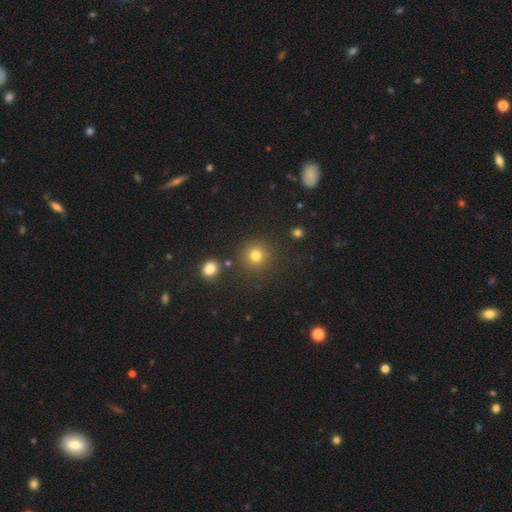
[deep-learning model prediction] Morphology: type=smooth (80%); roundness=round (92%); merging=none (85%).